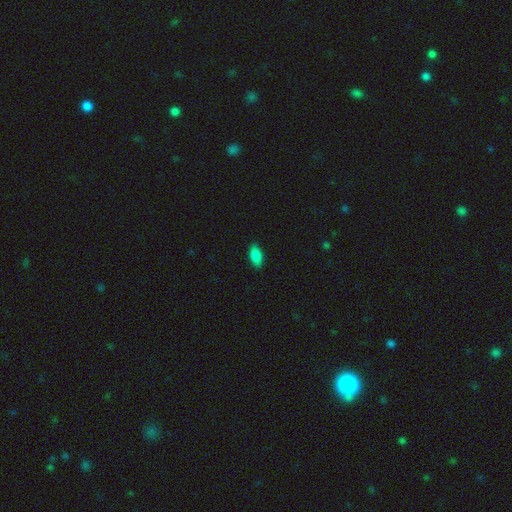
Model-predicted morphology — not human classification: Smooth or featured: smooth — 87% (star or artifact — 7%)
How rounded: in between — 88% (cigar-shaped — 9%)
Merging: none — 88% (minor disturbance — 9%)